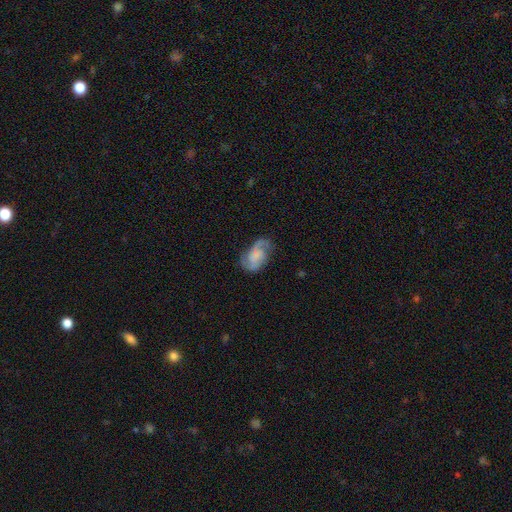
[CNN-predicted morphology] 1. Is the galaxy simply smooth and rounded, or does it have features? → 70% featured or disk, 23% smooth, 7% star or artifact.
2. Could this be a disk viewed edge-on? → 97% no, 3% yes.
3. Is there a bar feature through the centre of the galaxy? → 60% no, 33% weak, 7% strong.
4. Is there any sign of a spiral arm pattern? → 93% yes, 7% no.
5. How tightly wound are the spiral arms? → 47% medium, 30% loose, 23% tight.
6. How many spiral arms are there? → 73% 2, 10% can't tell, 9% 3, 5% 1, 2% 4, 2% more than 4.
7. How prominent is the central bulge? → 39% none, 35% small, 18% moderate, 6% large, 2% dominant.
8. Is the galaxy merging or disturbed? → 62% none, 23% minor disturbance, 13% major disturbance, 2% merger.